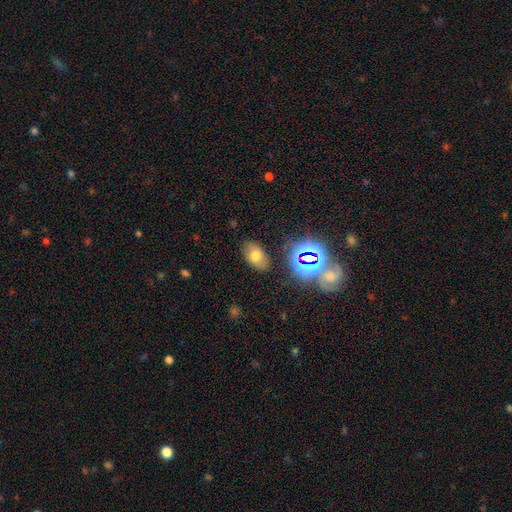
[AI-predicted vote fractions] Smooth or featured?
  - smooth: 65% *
  - star or artifact: 19%
  - featured or disk: 16%
How rounded?
  - in between: 88% *
  - round: 10%
  - cigar-shaped: 1%
Merging?
  - none: 82% *
  - minor disturbance: 12%
  - major disturbance: 4%
  - merger: 3%